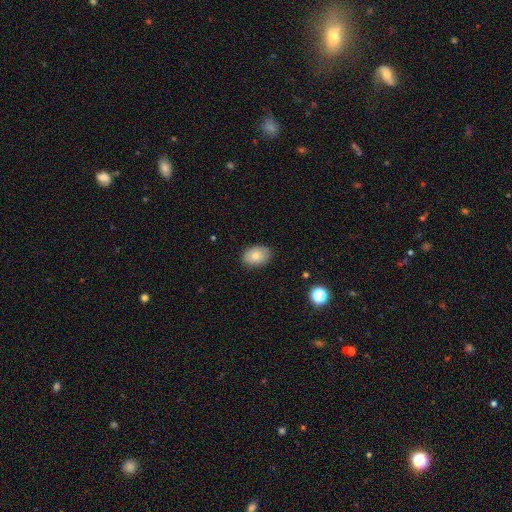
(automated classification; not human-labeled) This appears to be a smooth galaxy with no disk features (78%) that is in between round and cigar-shaped (77%). Merging: none (86%).